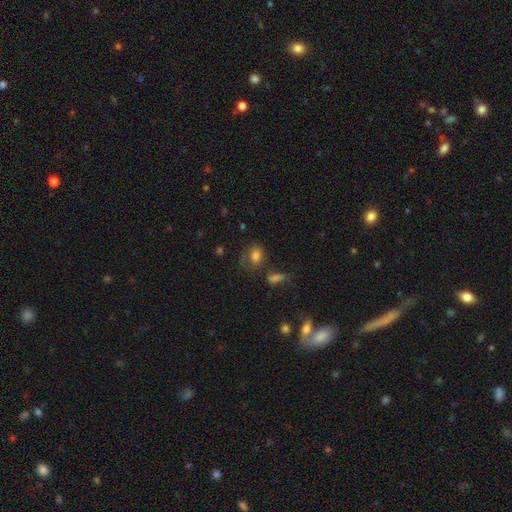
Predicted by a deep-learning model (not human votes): smooth 77%, featured or disk 11%, star or artifact 11%. Down the decision tree: how rounded — in between (66%); merging — none (49%).